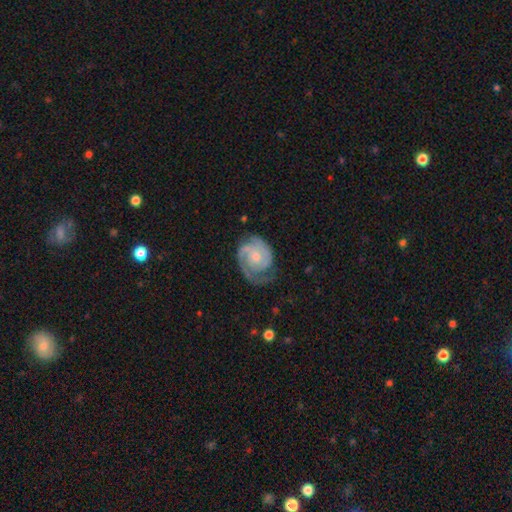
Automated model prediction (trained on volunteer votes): The model was most divided on "bulge size": small: 49%, moderate: 35%, none: 11%, large: 4%, dominant: 1%. More confident: edge-on disk — no (98%); spiral arms — yes (97%); smooth or featured — featured or disk (87%); spiral arm count — 2 (74%); merging — none (66%); bar — no (65%); spiral winding — tight (64%).